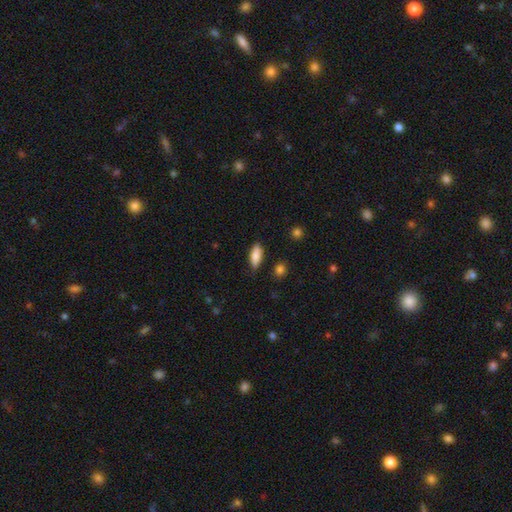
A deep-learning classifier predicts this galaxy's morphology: The model was most divided on "how rounded": in between: 68%, cigar-shaped: 30%, round: 2%. More confident: smooth or featured — smooth (83%); merging — none (80%).